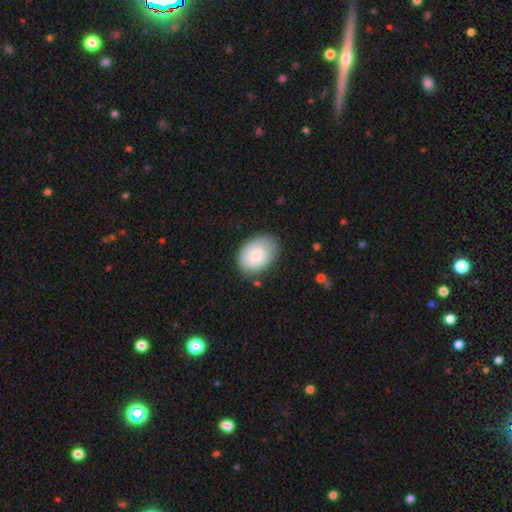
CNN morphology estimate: smooth_or_featured: smooth (p=0.84) [alt: featured or disk p=0.10]
how_rounded: in between (p=0.86) [alt: round p=0.13]
merging: none (p=0.75) [alt: minor disturbance p=0.19]